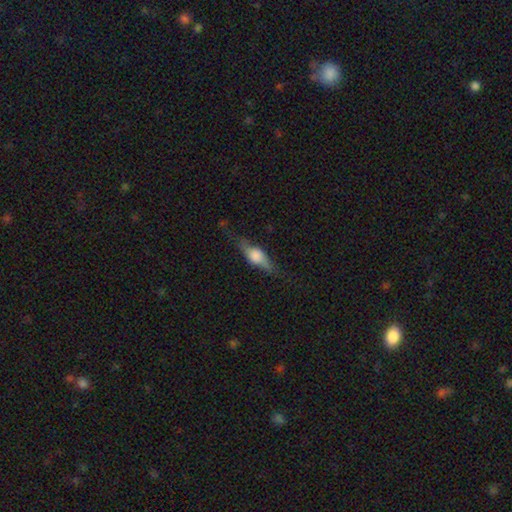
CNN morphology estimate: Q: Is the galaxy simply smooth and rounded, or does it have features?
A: featured or disk — 47%.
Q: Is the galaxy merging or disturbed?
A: none — 64%.